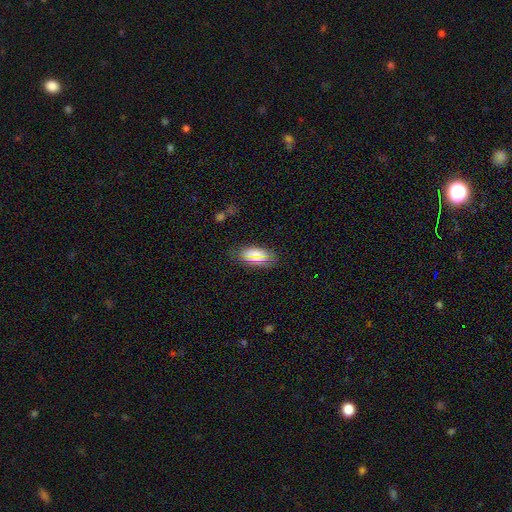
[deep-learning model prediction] Morphology: type=smooth (72%); roundness=in between (90%); merging=none (80%).